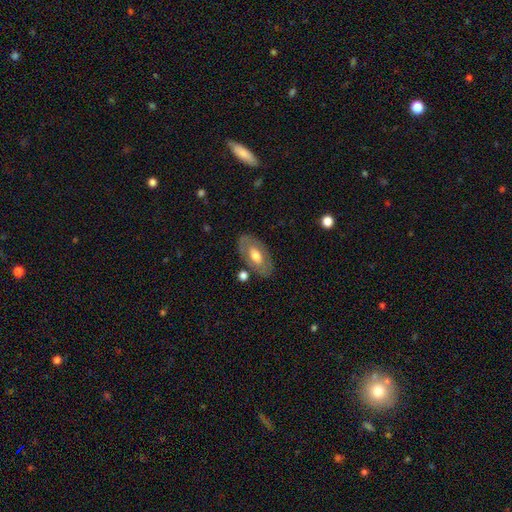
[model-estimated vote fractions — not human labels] Smooth or featured? smooth (50%)
How rounded? in between (92%)
Merging? none (78%)